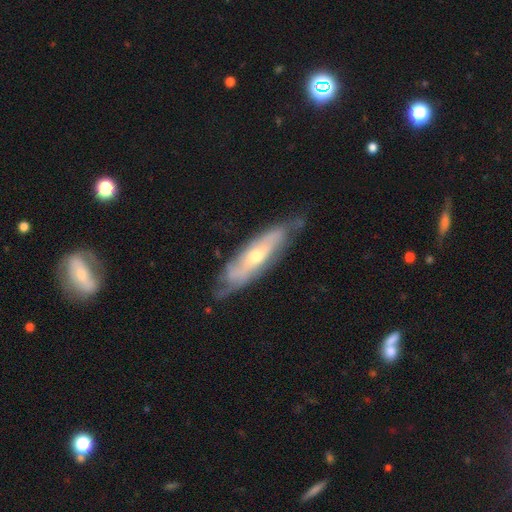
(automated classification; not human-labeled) Overall: featured or disk (74%). Edge-on disk: no (68%; yes 32%). Bar: no (69%). Spiral arms: yes (78%). Bulge size: moderate (54%; small 42%). Merging: none (67%).